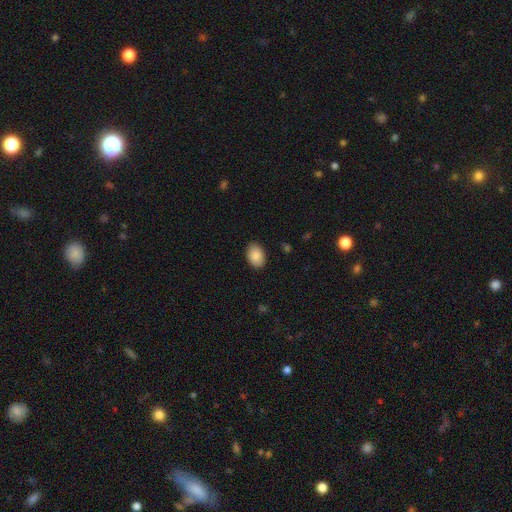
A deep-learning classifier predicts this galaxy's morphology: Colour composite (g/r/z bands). It shows a smooth galaxy with no disk features (89%) that is in between round and cigar-shaped (86%). Merging: none (88%).